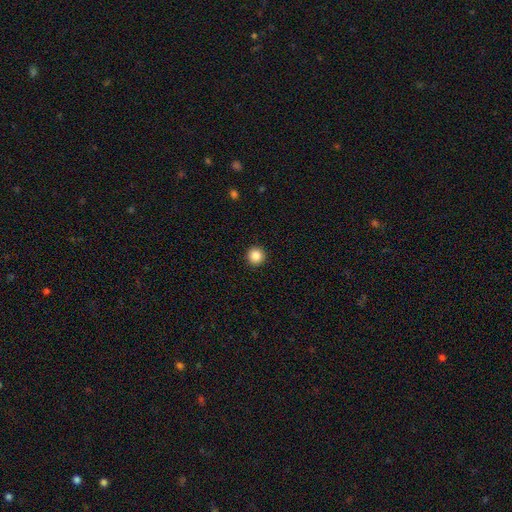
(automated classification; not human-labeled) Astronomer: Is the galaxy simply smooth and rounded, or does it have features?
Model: smooth — 87%.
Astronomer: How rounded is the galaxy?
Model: round — 96%.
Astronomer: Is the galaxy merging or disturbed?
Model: none — 93%.